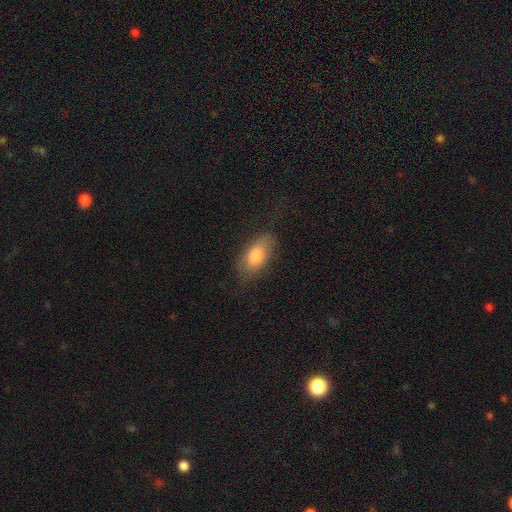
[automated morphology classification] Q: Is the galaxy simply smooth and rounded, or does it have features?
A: smooth — 77%.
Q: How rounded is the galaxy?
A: in between — 89%.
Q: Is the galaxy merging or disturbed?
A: none — 68%.